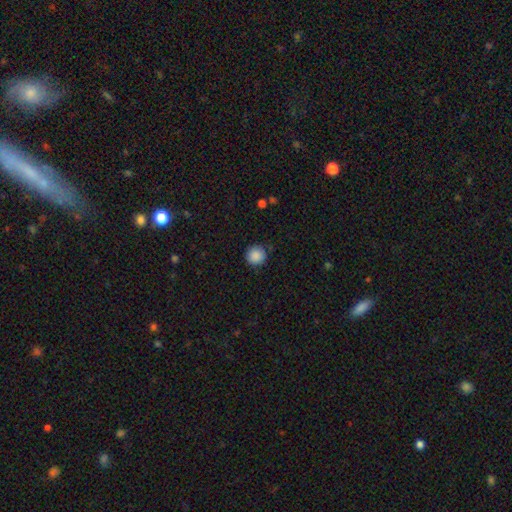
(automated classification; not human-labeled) Smooth or featured: smooth — 88% (star or artifact — 9%)
How rounded: round — 93% (in between — 6%)
Merging: none — 88% (minor disturbance — 9%)